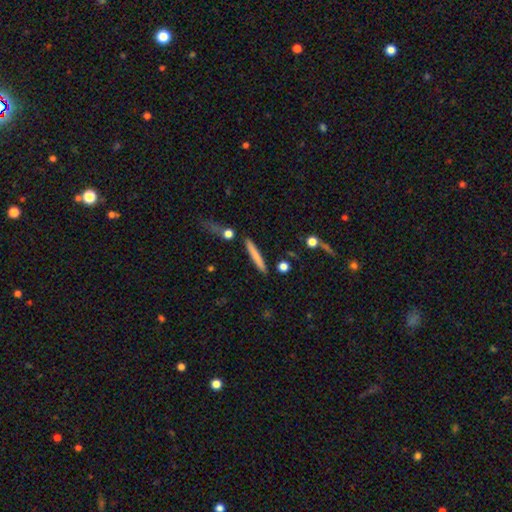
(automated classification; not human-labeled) A smooth galaxy with no disk features (73%) that is cigar-shaped (94%). Merging: none (86%).